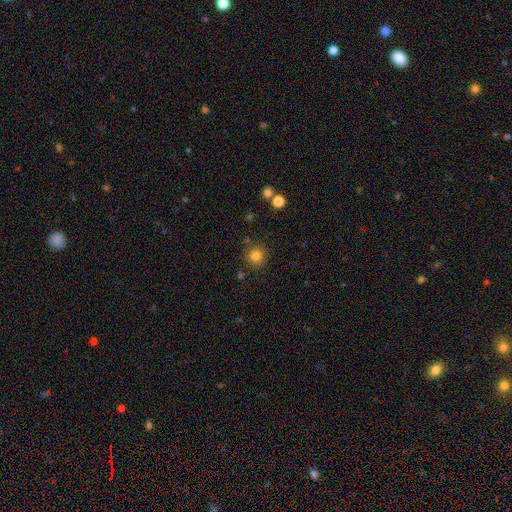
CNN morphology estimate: Overall: smooth (81%). How rounded: round (93%). Merging: none (87%).